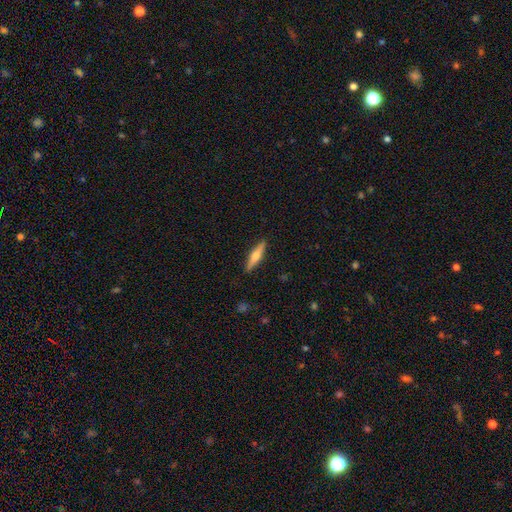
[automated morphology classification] Smooth or featured: featured or disk — 50% (smooth — 44%)
Edge-on disk: yes — 96% (no — 4%)
Merging: none — 90% (minor disturbance — 7%)